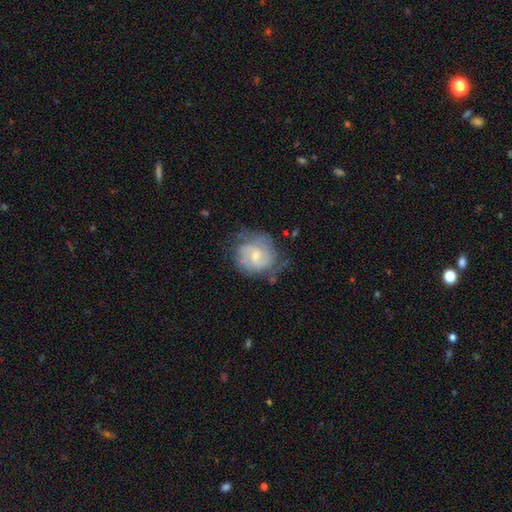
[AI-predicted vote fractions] Morphology: type=featured or disk (73%); edge-on=no (98%); bar=weak (49%); spiral arms=yes (89%); winding=tight (49%); arm count=2 (48%); bulge=small (58%); merging=none (58%).